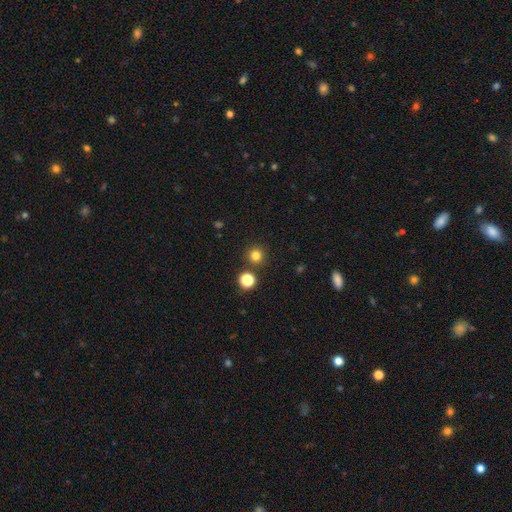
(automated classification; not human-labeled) smooth-or-featured: smooth: 79% | star or artifact: 16% | featured or disk: 5%
  how-rounded: round: 95% | in between: 4% | cigar-shaped: 1%
  merging: none: 87% | minor disturbance: 5% | merger: 5% | major disturbance: 2%